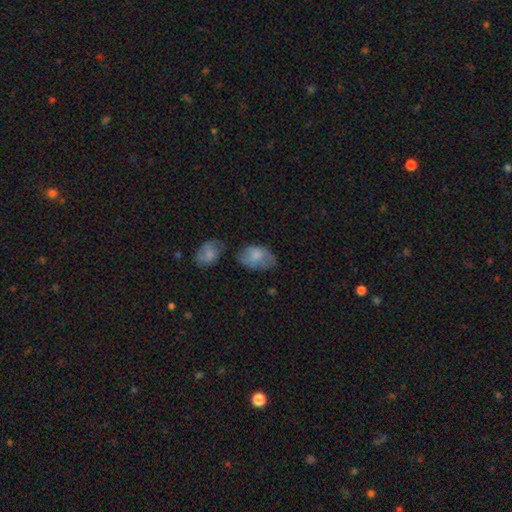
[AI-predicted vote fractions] Overall: smooth (74%). How rounded: in between (88%). Merging: none (47%; minor disturbance 31%).